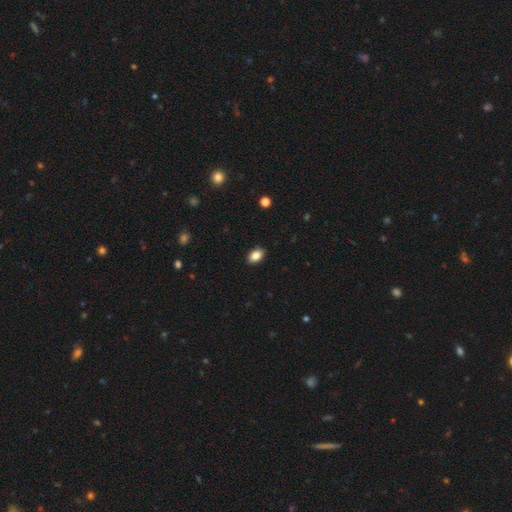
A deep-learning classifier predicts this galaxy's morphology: type=smooth (86%); roundness=in between (84%); merging=none (89%).